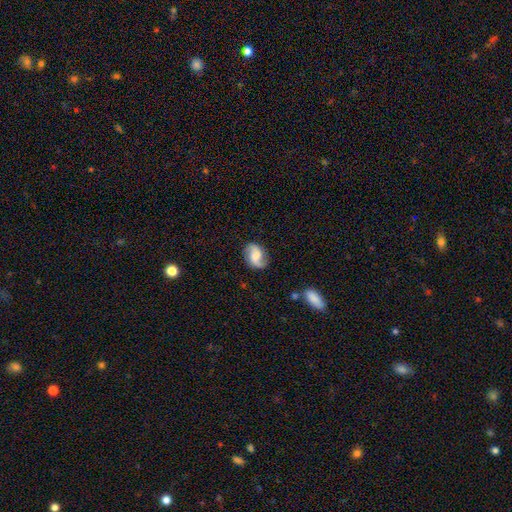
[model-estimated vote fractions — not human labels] featured or disk 70%, smooth 23%, star or artifact 7%. Down the decision tree: edge-on disk — no (97%); bar — no (48%); spiral arms — yes (95%); spiral arm count — 2 (88%); spiral winding — loose (53%); bulge size — moderate (49%); merging — none (77%).